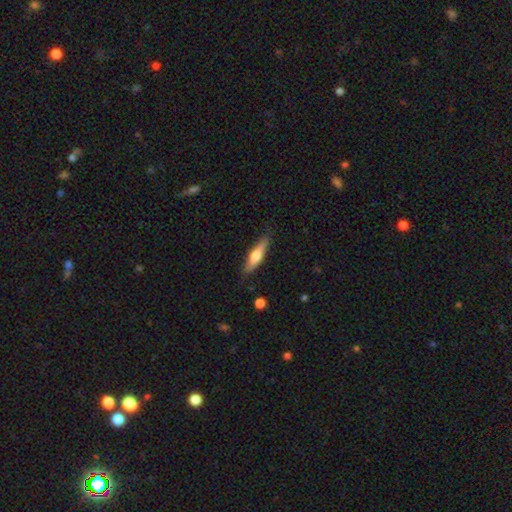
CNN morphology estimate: This is possibly a smooth galaxy (52%). How rounded: likely cigar-shaped (74%). Merging: clearly none (86%).